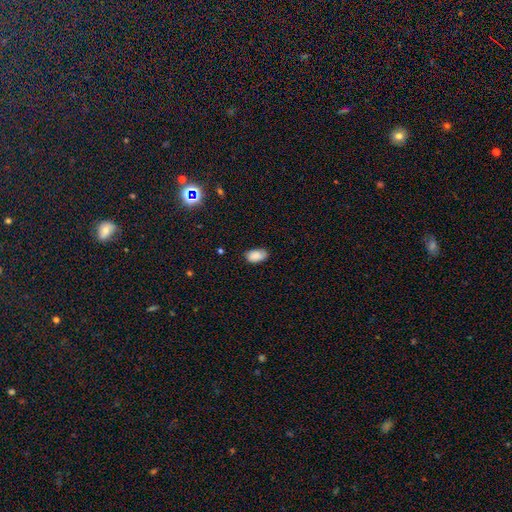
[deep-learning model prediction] smooth_or_featured: smooth (p=0.87) [alt: star or artifact p=0.08]
how_rounded: in between (p=0.93) [alt: round p=0.06]
merging: none (p=0.76) [alt: minor disturbance p=0.19]